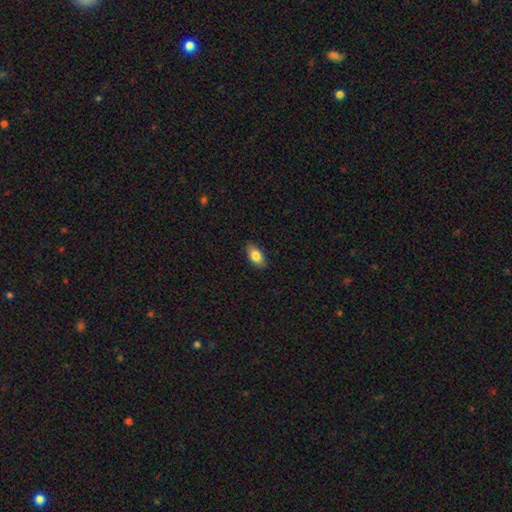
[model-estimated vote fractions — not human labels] A smooth galaxy with no disk features (82%) that is in between round and cigar-shaped (91%). Merging: none (88%).